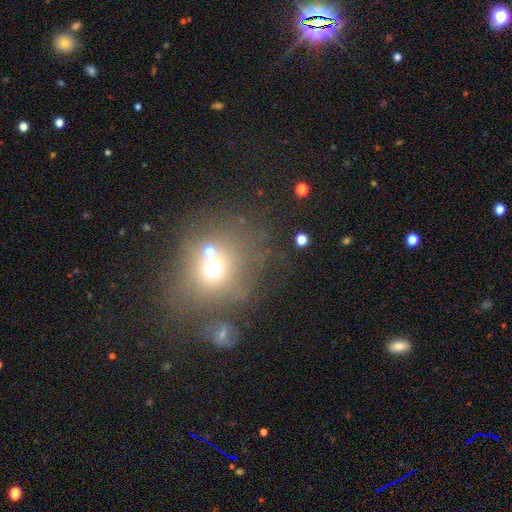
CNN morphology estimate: Q: Smooth or featured?
A: smooth (51%); runner-up: star or artifact (31%)
Q: How rounded?
A: round (77%); runner-up: in between (22%)
Q: Merging?
A: none (51%); runner-up: merger (28%)